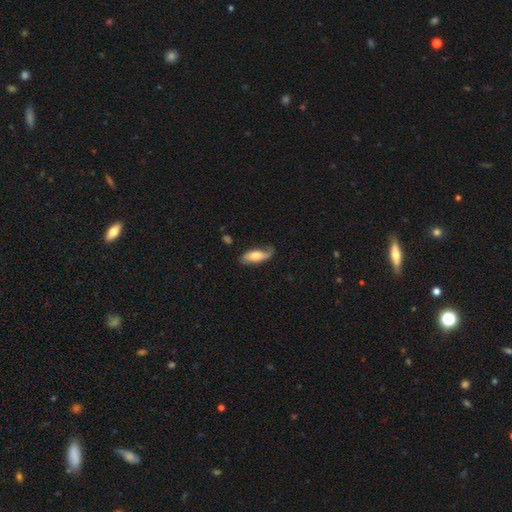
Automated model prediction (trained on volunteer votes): Q: Smooth or featured?
A: smooth (62%); runner-up: featured or disk (32%)
Q: How rounded?
A: in between (72%); runner-up: cigar-shaped (25%)
Q: Merging?
A: none (59%); runner-up: minor disturbance (29%)